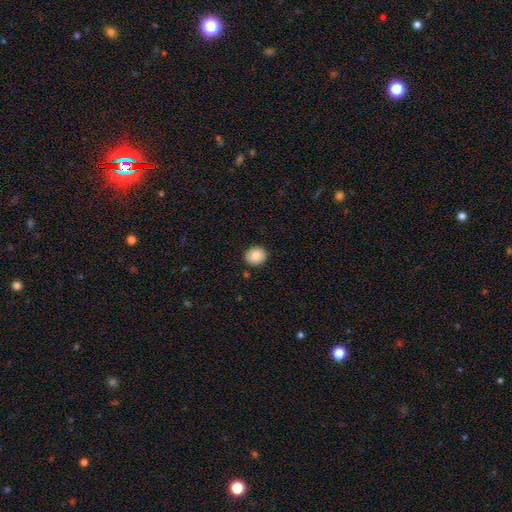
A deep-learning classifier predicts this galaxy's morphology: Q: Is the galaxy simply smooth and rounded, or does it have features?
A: smooth — 85%.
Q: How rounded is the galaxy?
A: round — 78%.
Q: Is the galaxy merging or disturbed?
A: none — 90%.